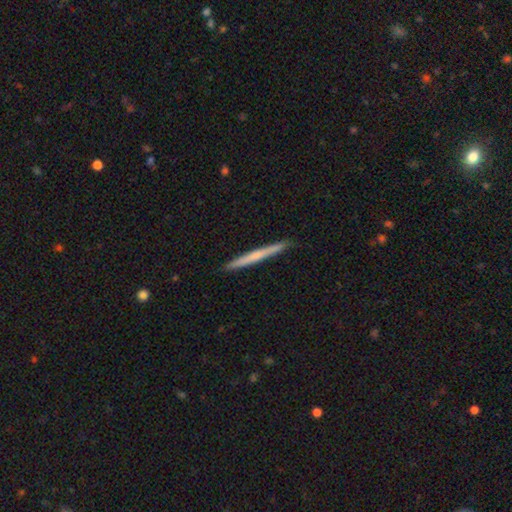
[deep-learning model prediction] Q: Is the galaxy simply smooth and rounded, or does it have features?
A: featured or disk — 48%.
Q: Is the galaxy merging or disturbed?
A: none — 91%.